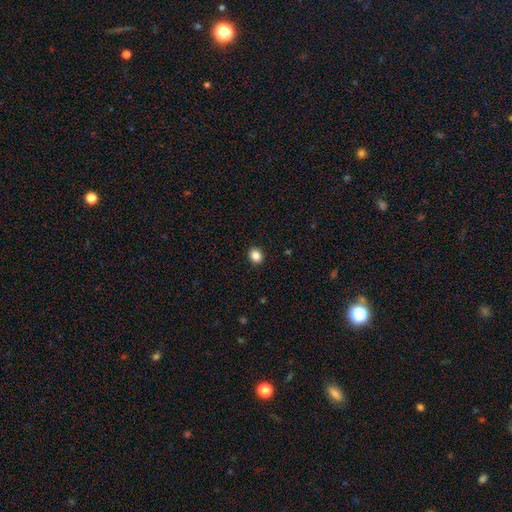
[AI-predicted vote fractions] This is clearly a smooth galaxy (86%). How rounded: likely round (61%). Merging: clearly none (91%).